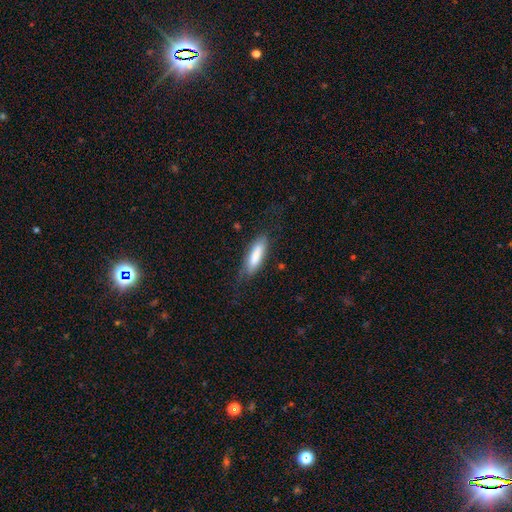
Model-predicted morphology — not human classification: type=smooth (78%); roundness=cigar-shaped (52%); merging=none (68%).